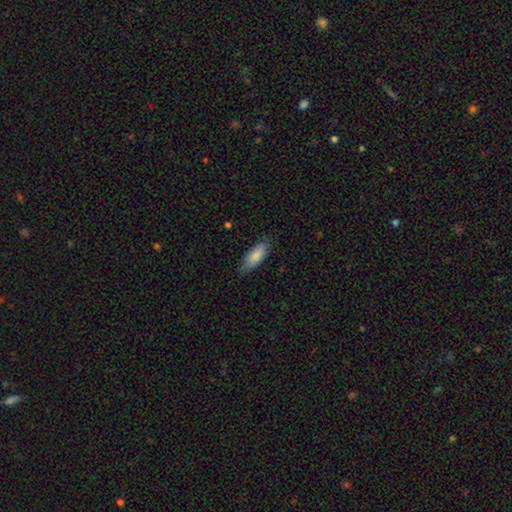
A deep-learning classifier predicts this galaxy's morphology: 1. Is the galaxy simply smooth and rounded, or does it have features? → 84% smooth, 10% featured or disk, 6% star or artifact.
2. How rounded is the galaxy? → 69% in between, 29% cigar-shaped, 2% round.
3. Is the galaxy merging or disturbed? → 81% none, 15% minor disturbance, 3% major disturbance, 1% merger.